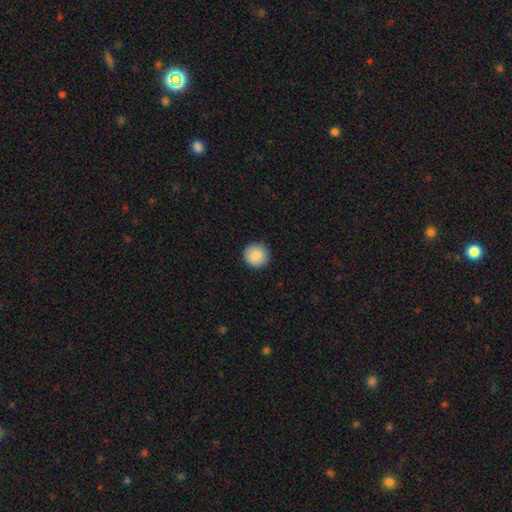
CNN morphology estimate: Smooth or featured: smooth — 89% (star or artifact — 7%)
How rounded: round — 94% (in between — 5%)
Merging: none — 91% (minor disturbance — 6%)